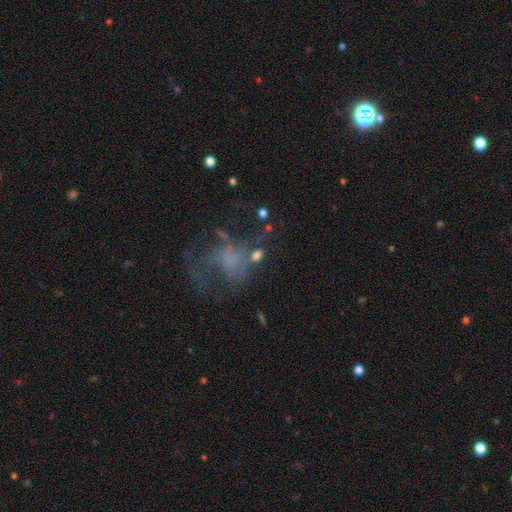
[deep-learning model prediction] Q: Smooth or featured?
A: featured or disk (52%); runner-up: smooth (27%)
Q: Edge-on disk?
A: no (97%); runner-up: yes (3%)
Q: Bar?
A: no (83%); runner-up: weak (14%)
Q: Spiral arms?
A: no (59%); runner-up: yes (41%)
Q: Bulge size?
A: none (64%); runner-up: small (16%)
Q: Merging?
A: major disturbance (45%); runner-up: none (32%)